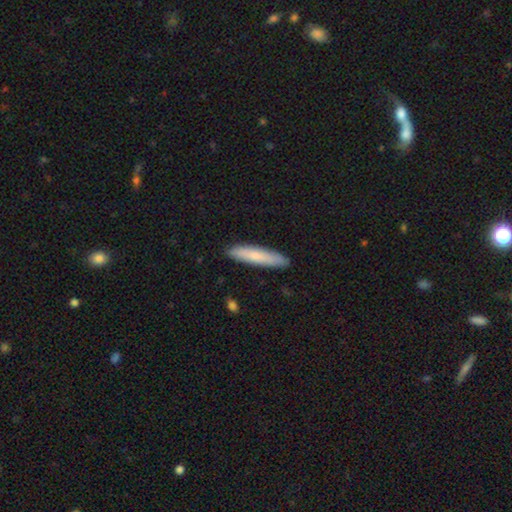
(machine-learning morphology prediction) This appears to be a smooth galaxy with no disk features (77%) that is cigar-shaped (88%). Merging: none (89%).